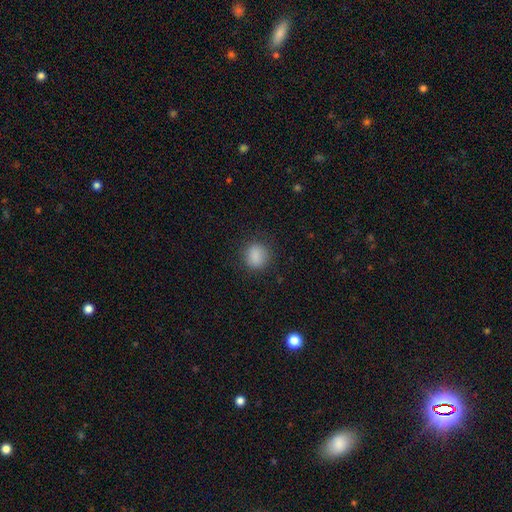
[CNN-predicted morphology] Smooth or featured?
  - smooth: 87% *
  - star or artifact: 10%
  - featured or disk: 3%
How rounded?
  - round: 75% *
  - in between: 24%
  - cigar-shaped: 1%
Merging?
  - none: 85% *
  - minor disturbance: 10%
  - major disturbance: 4%
  - merger: 1%